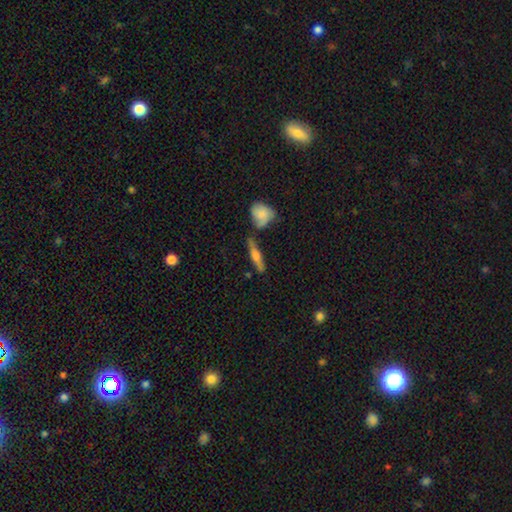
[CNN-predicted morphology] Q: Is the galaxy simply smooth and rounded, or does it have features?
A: featured or disk — 48%.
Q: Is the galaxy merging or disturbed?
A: none — 72%.